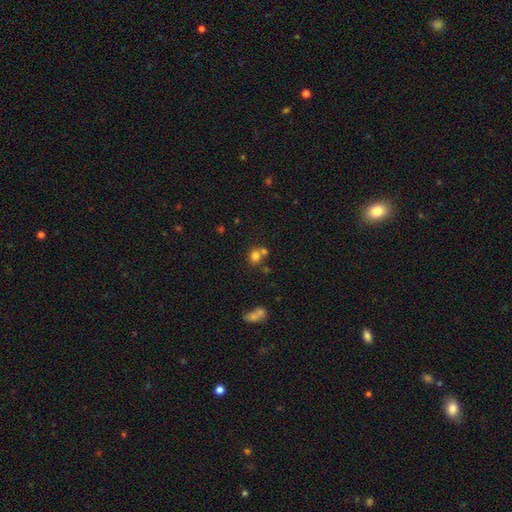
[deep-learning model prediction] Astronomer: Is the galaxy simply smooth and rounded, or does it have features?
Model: smooth — 76%.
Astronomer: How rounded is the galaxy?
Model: round — 79%.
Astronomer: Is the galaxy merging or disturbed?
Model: none — 51% (runner-up: merger, 37%).